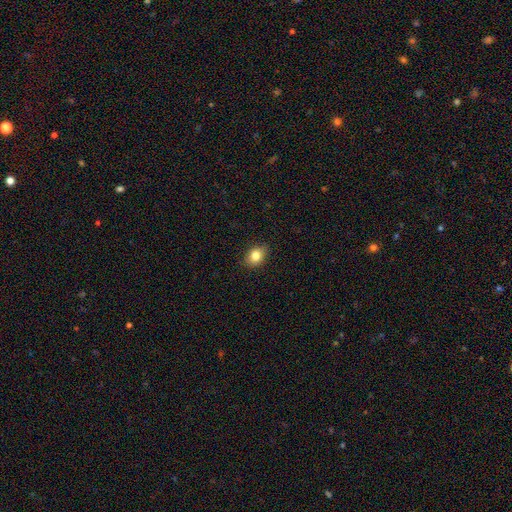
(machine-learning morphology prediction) Smooth or featured? Predicted: smooth (p=0.82). How rounded? Predicted: in between (p=0.61). Merging? Predicted: none (p=0.85).